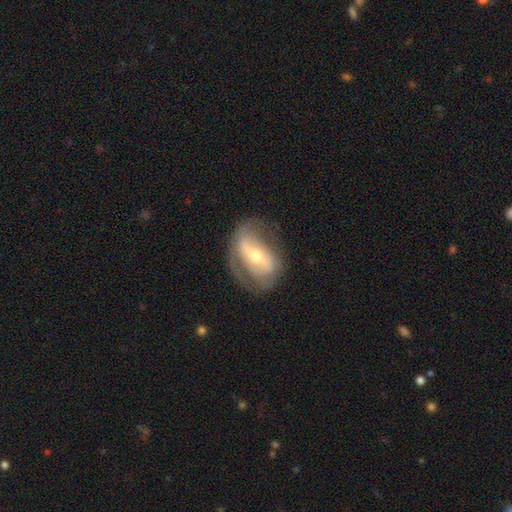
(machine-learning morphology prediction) smooth-or-featured: featured or disk: 76% | smooth: 18% | star or artifact: 6%
  disk-edge-on: no: 91% | yes: 9%
    bar: strong: 56% | weak: 28% | no: 15%
    has-spiral-arms: yes: 71% | no: 29%
    bulge-size: moderate: 54% | small: 40% | large: 4% | none: 1% | dominant: 1%
  merging: none: 61% | minor disturbance: 22% | major disturbance: 16% | merger: 2%